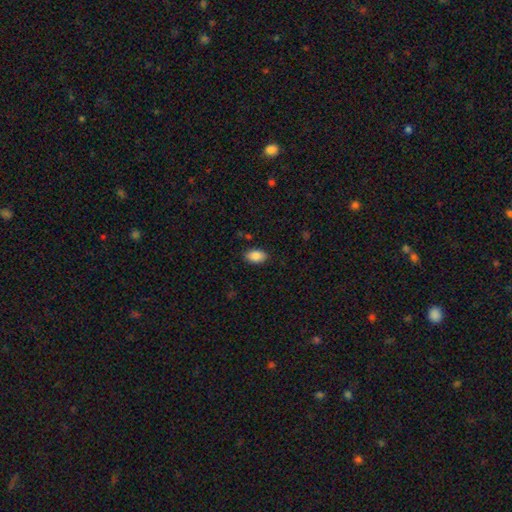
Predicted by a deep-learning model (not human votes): This is clearly a smooth galaxy (88%). How rounded: clearly in between (91%). Merging: clearly none (87%).